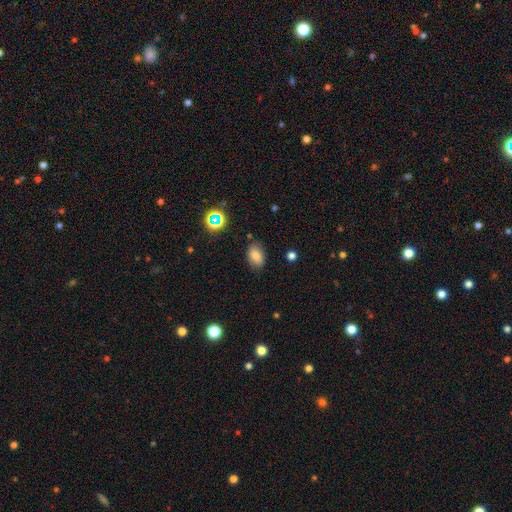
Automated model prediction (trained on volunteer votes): smooth-or-featured: smooth: 77% | star or artifact: 13% | featured or disk: 10%
  how-rounded: in between: 85% | round: 14% | cigar-shaped: 2%
  merging: none: 80% | minor disturbance: 15% | major disturbance: 3% | merger: 2%